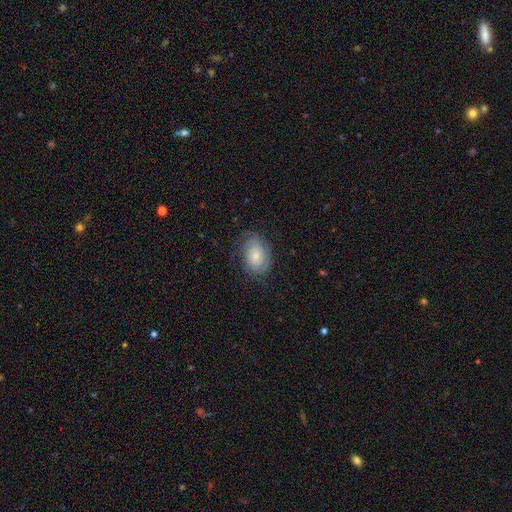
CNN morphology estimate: Overall: featured or disk (48%; smooth 44%). Merging: none (68%).